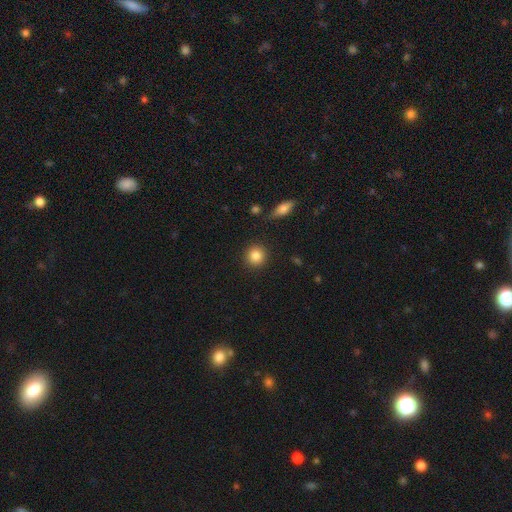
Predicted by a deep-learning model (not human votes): This appears to be a smooth galaxy with no disk features (86%) that is round (91%). Merging: none (90%).